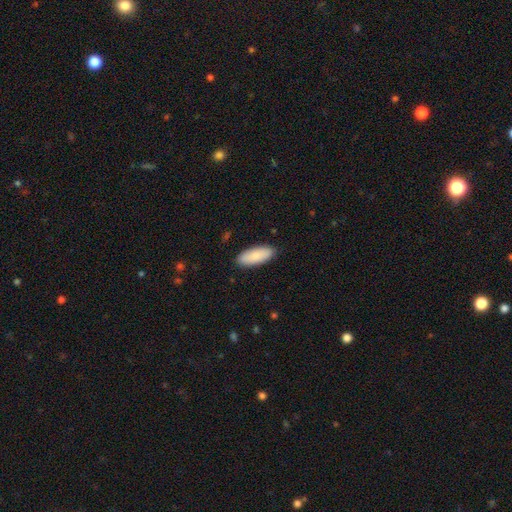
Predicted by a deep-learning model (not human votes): smooth 87%, featured or disk 7%, star or artifact 5%. Down the decision tree: how rounded — in between (76%); merging — none (89%).